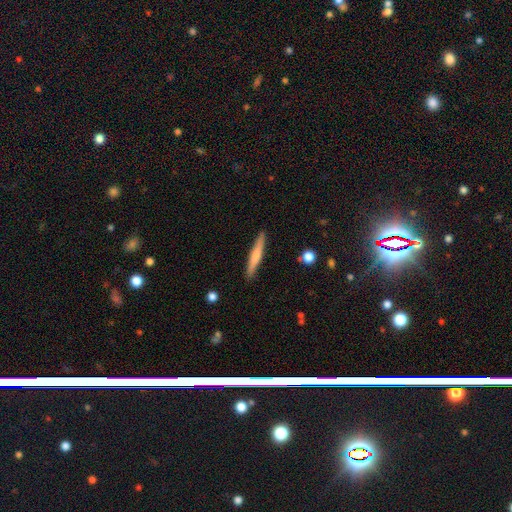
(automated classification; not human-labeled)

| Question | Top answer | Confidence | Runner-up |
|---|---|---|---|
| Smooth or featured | smooth | 58% | featured or disk (36%) |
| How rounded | cigar-shaped | 94% | in between (4%) |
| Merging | none | 90% | minor disturbance (7%) |